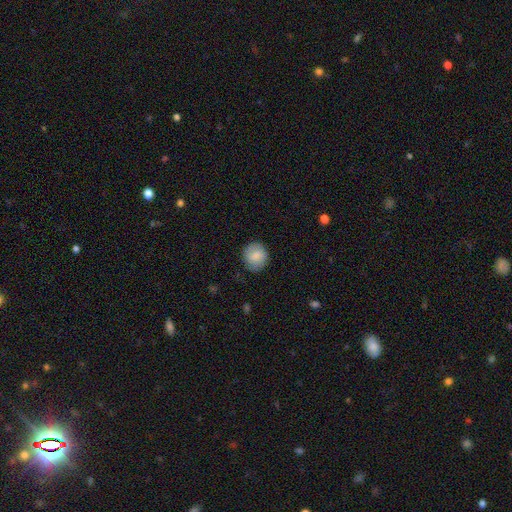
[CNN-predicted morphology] Smooth or featured: smooth — 77% (featured or disk — 16%)
How rounded: round — 84% (in between — 15%)
Merging: none — 80% (minor disturbance — 15%)